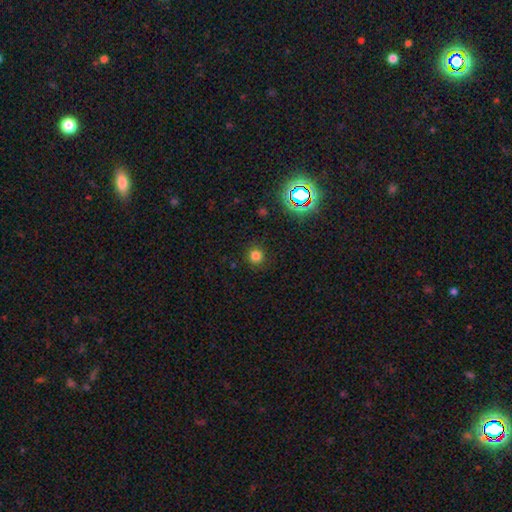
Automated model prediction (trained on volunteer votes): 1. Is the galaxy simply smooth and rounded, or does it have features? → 78% smooth, 17% star or artifact, 5% featured or disk.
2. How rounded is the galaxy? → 93% round, 6% in between, 1% cigar-shaped.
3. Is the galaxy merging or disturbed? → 89% none, 7% minor disturbance, 3% major disturbance, 1% merger.